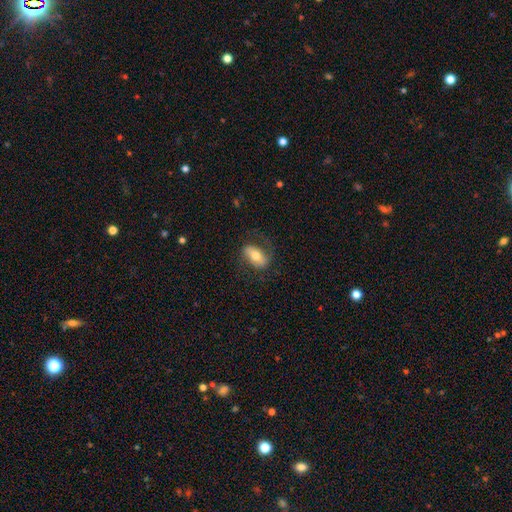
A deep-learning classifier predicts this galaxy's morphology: smooth 48%, featured or disk 44%, star or artifact 7%. Down the decision tree: merging — none (69%).